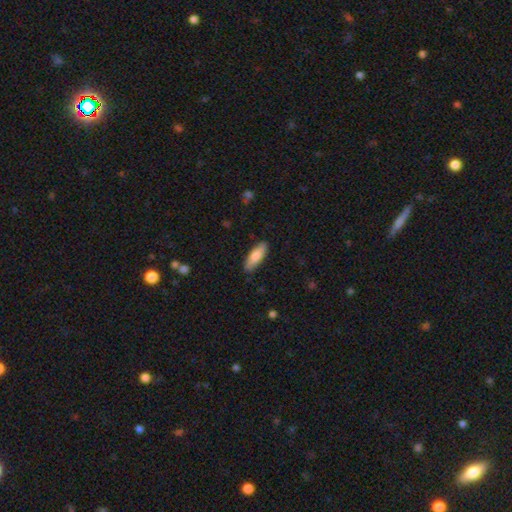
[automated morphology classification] The model was most divided on "how rounded": in between: 58%, cigar-shaped: 41%, round: 2%. More confident: merging — none (85%); smooth or featured — smooth (83%).